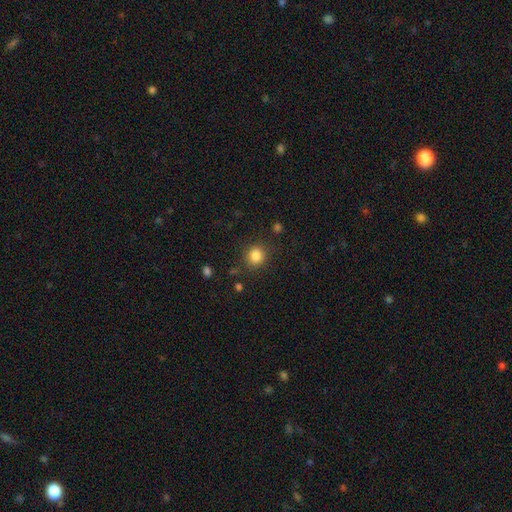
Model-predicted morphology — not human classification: The model was most divided on "how rounded": round: 86%, in between: 13%, cigar-shaped: 1%. More confident: merging — none (85%); smooth or featured — smooth (84%).